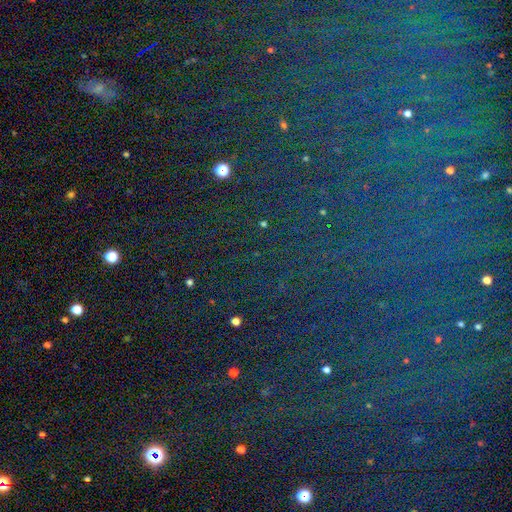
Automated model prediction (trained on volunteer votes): Morphology: type=star or artifact (82%).